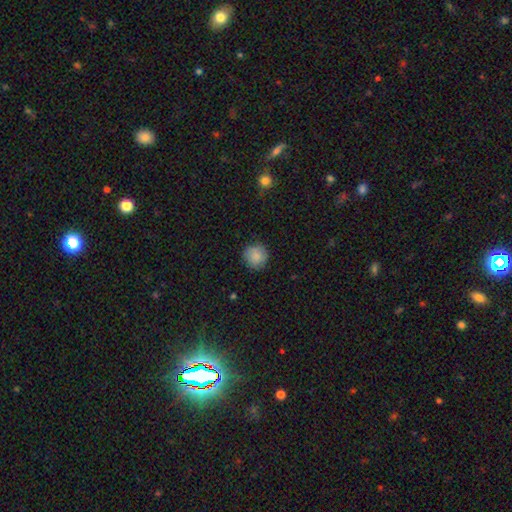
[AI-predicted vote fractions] Smooth or featured: smooth — 86% (star or artifact — 8%)
How rounded: round — 92% (in between — 7%)
Merging: none — 85% (minor disturbance — 12%)